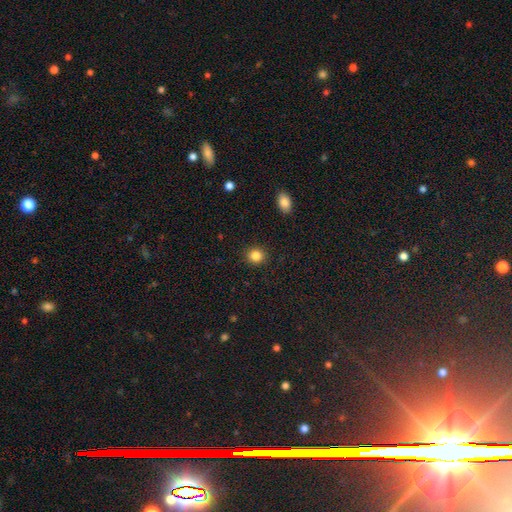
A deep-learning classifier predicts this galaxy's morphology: smooth_or_featured: smooth (p=0.85) [alt: star or artifact p=0.10]
how_rounded: round (p=0.84) [alt: in between p=0.15]
merging: none (p=0.90) [alt: minor disturbance p=0.06]